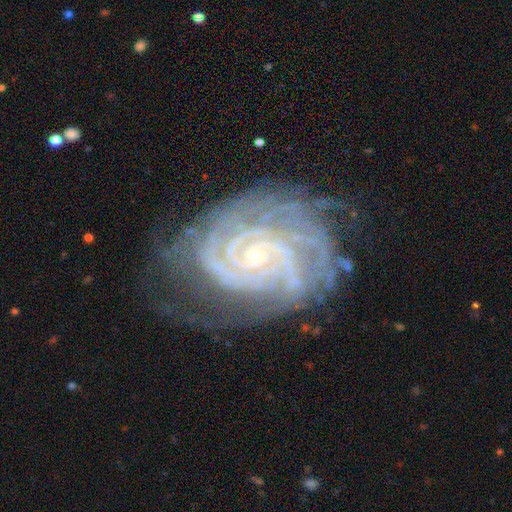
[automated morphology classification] smooth_or_featured: featured or disk (p=0.91) [alt: star or artifact p=0.06]
disk_edge_on: no (p=0.97) [alt: yes p=0.03]
bar: no (p=0.67) [alt: weak p=0.24]
has_spiral_arms: yes (p=0.98) [alt: no p=0.02]
spiral_winding: tight (p=0.79) [alt: medium p=0.18]
spiral_arm_count: 2 (p=0.26) [alt: can't tell p=0.21]
bulge_size: small (p=0.81) [alt: moderate p=0.15]
merging: none (p=0.67) [alt: minor disturbance p=0.21]